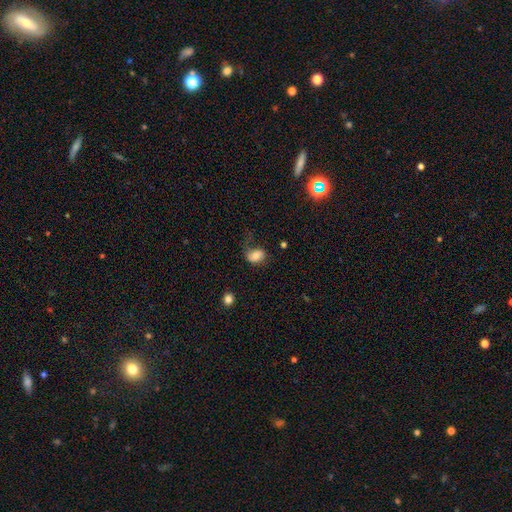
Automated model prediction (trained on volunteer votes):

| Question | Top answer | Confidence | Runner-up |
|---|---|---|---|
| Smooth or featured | smooth | 74% | featured or disk (16%) |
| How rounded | in between | 71% | round (28%) |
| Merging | none | 47% | minor disturbance (29%) |